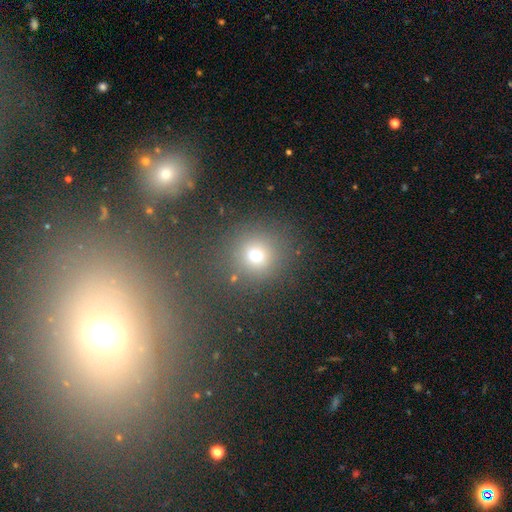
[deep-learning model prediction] Smooth or featured: smooth — 69% (star or artifact — 22%)
How rounded: round — 87% (in between — 12%)
Merging: none — 77% (minor disturbance — 10%)